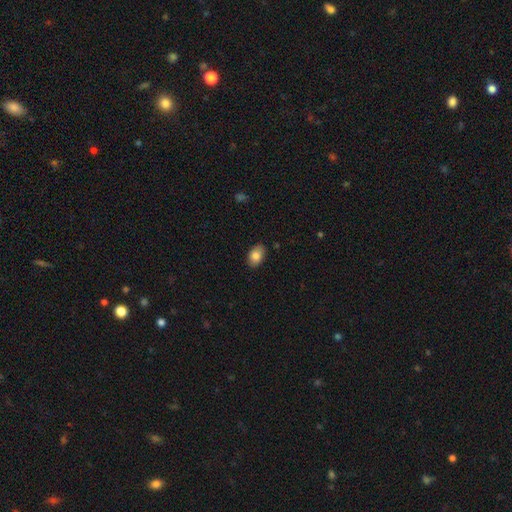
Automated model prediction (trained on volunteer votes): A smooth galaxy with no disk features (83%) that is in between round and cigar-shaped (86%). Merging: none (84%).